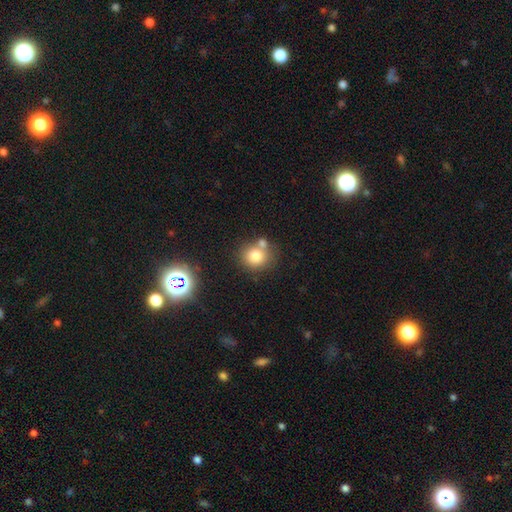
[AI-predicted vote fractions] The model was most divided on "merging": none: 57%, merger: 27%, minor disturbance: 11%, major disturbance: 4%. More confident: how rounded — round (83%); smooth or featured — smooth (78%).